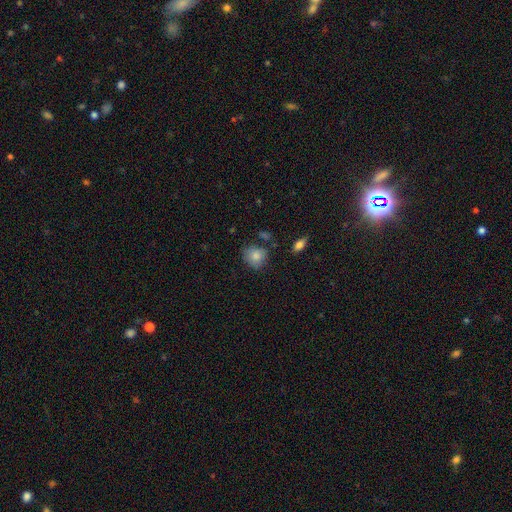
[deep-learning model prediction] Smooth or featured?
  - smooth: 83% *
  - featured or disk: 9%
  - star or artifact: 8%
How rounded?
  - round: 75% *
  - in between: 24%
  - cigar-shaped: 1%
Merging?
  - none: 69% *
  - minor disturbance: 22%
  - major disturbance: 5%
  - merger: 4%